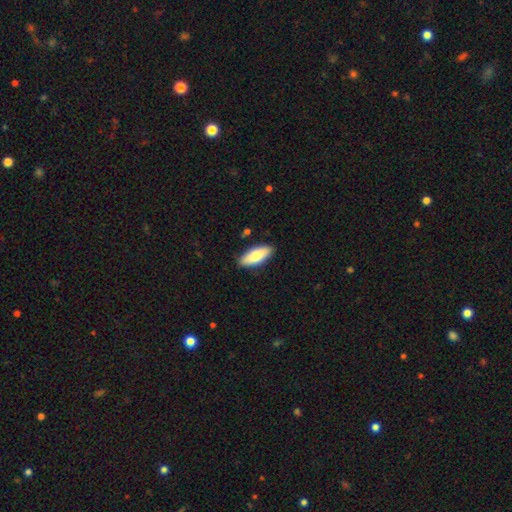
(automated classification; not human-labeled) smooth_or_featured: smooth (p=0.77) [alt: featured or disk p=0.17]
how_rounded: in between (p=0.78) [alt: cigar-shaped p=0.20]
merging: none (p=0.87) [alt: minor disturbance p=0.09]